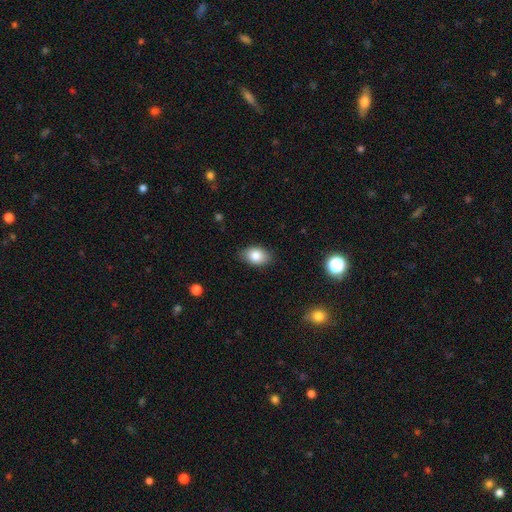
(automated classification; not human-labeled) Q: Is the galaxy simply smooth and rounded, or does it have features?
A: smooth — 84%.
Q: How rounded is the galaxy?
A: in between — 86%.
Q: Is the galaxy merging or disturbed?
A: none — 85%.